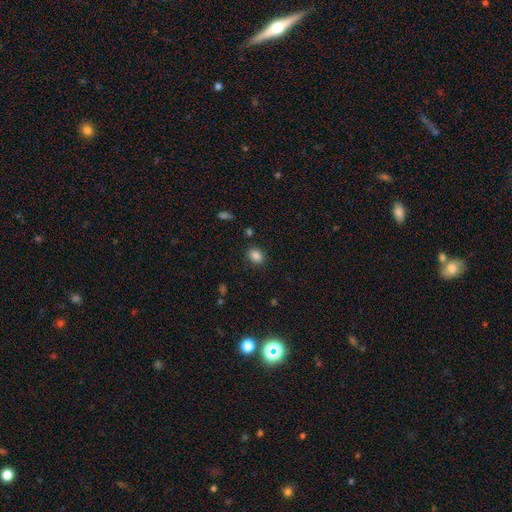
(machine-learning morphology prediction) This appears to be a smooth galaxy with no disk features (86%) that is in between round and cigar-shaped (56%). Merging: none (84%).